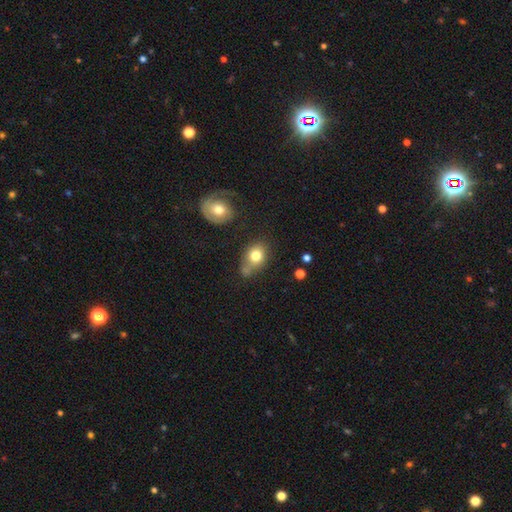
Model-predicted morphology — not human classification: Smooth or featured? Predicted: smooth (p=0.78). How rounded? Predicted: in between (p=0.58). Merging? Predicted: none (p=0.48).